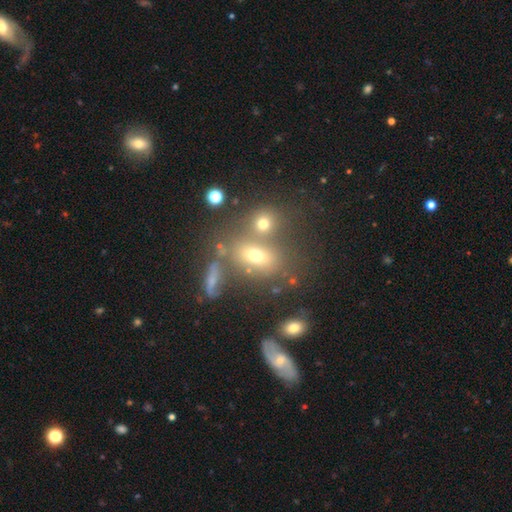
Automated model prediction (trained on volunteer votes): Smooth or featured? Predicted: smooth (p=0.59). How rounded? Predicted: in between (p=0.66). Merging? Predicted: none (p=0.50).